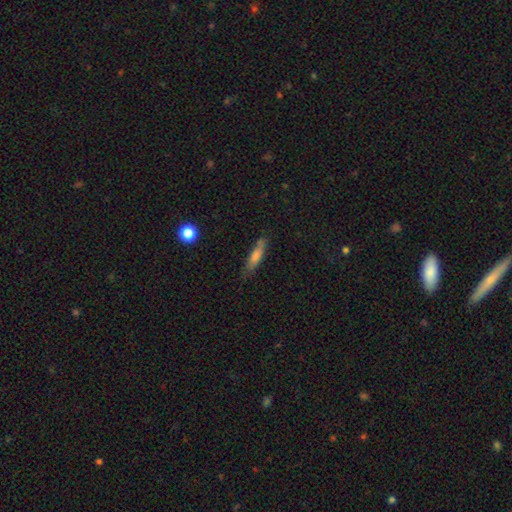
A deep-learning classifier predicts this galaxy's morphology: Smooth or featured? Predicted: smooth (p=0.55). How rounded? Predicted: cigar-shaped (p=0.82). Merging? Predicted: none (p=0.81).